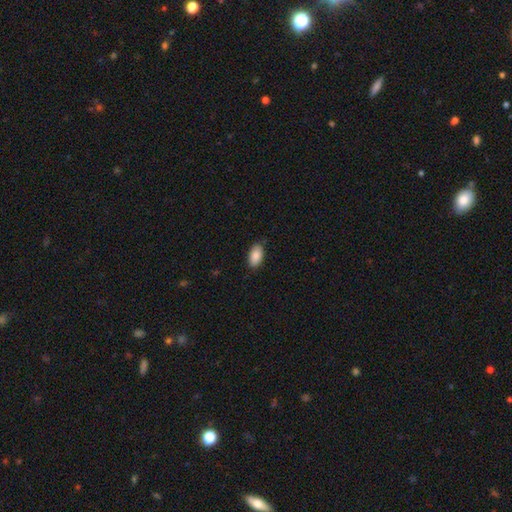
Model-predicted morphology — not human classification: smooth-or-featured: smooth: 88% | star or artifact: 7% | featured or disk: 5%
  how-rounded: in between: 94% | round: 3% | cigar-shaped: 2%
  merging: none: 85% | minor disturbance: 12% | major disturbance: 2% | merger: 1%